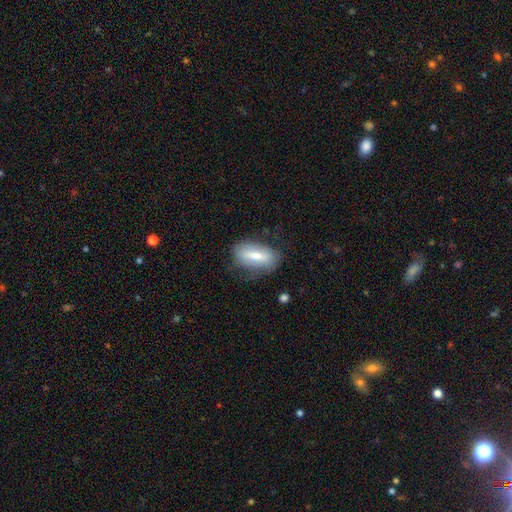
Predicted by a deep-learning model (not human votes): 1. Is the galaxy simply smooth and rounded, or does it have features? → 58% smooth, 35% featured or disk, 7% star or artifact.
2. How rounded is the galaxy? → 77% in between, 17% cigar-shaped, 5% round.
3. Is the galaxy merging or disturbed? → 70% none, 21% minor disturbance, 7% major disturbance, 2% merger.